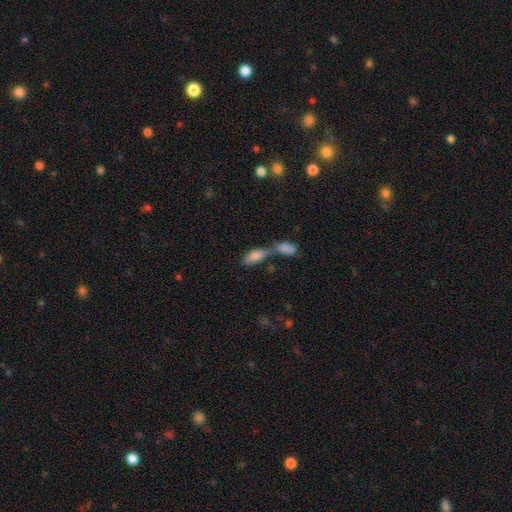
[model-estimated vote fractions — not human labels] Smooth or featured? Predicted: smooth (p=0.76). How rounded? Predicted: in between (p=0.74). Merging? Predicted: merger (p=0.63).